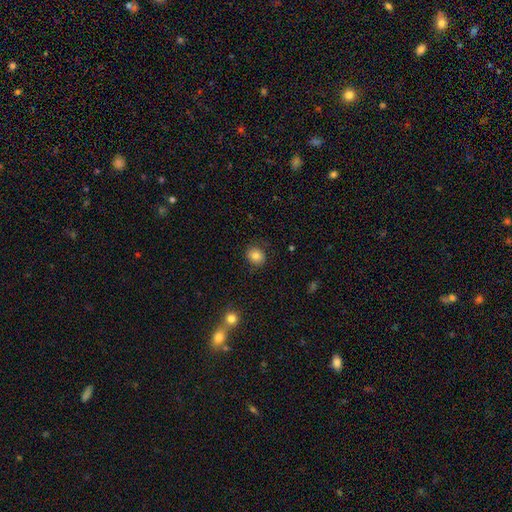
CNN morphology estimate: smooth 82%, star or artifact 11%, featured or disk 8%. Down the decision tree: how rounded — round (70%); merging — none (84%).